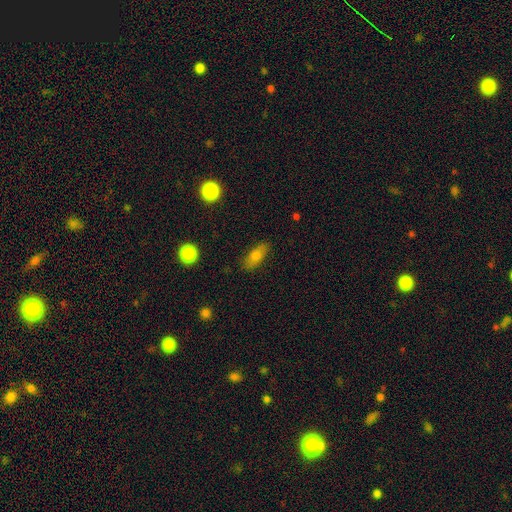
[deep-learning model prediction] smooth-or-featured: smooth: 73% | featured or disk: 17% | star or artifact: 9%
  how-rounded: in between: 76% | cigar-shaped: 19% | round: 5%
  merging: none: 83% | minor disturbance: 12% | major disturbance: 3% | merger: 1%